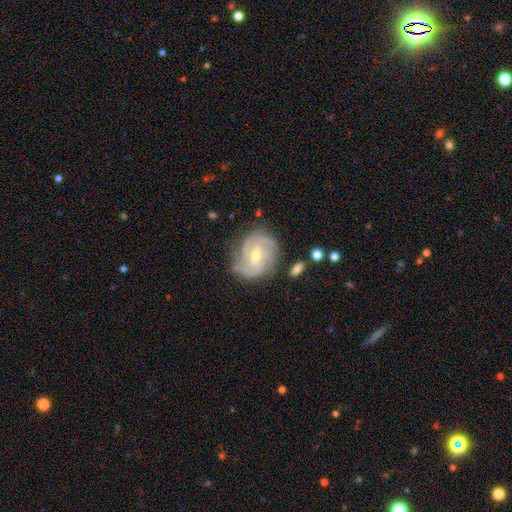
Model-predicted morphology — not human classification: The model was most divided on "bulge size": moderate: 55%, small: 42%, large: 2%, none: 1%, dominant: 1%. Remaining: edge-on disk — no (98%); spiral arms — yes (98%); smooth or featured — featured or disk (89%); merging — none (76%); spiral winding — tight (63%); bar — weak (52%); spiral arm count — 3 (42%).